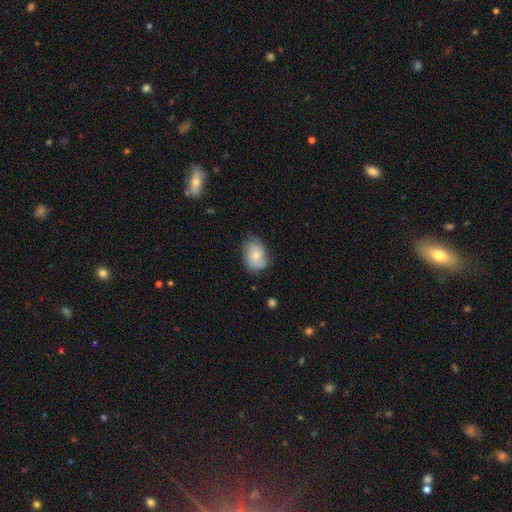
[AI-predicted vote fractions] Smooth or featured? smooth (64%)
How rounded? in between (75%)
Merging? none (56%)